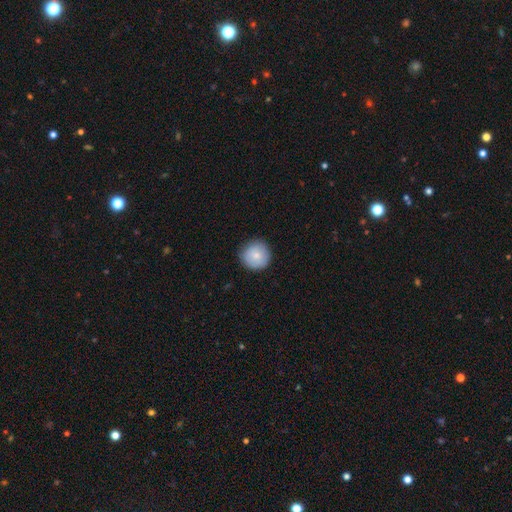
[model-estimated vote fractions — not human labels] Overall: smooth (81%). How rounded: round (95%). Merging: none (87%).